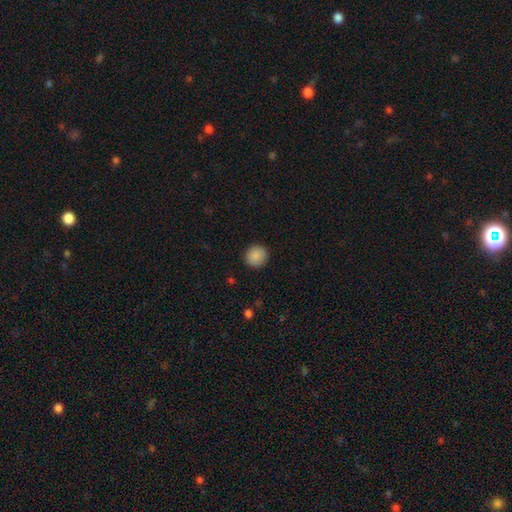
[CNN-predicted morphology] Smooth or featured?
  - smooth: 89% *
  - star or artifact: 8%
  - featured or disk: 3%
How rounded?
  - round: 95% *
  - in between: 4%
  - cigar-shaped: 1%
Merging?
  - none: 92% *
  - minor disturbance: 5%
  - major disturbance: 2%
  - merger: 1%